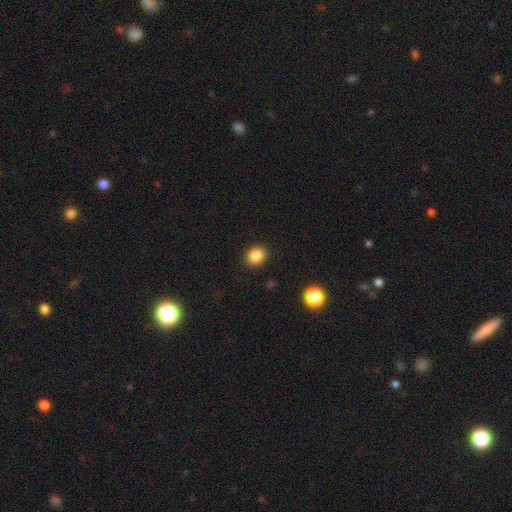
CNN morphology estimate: The model was most divided on "how rounded": round: 71%, in between: 28%, cigar-shaped: 1%. More confident: merging — none (90%); smooth or featured — smooth (85%).